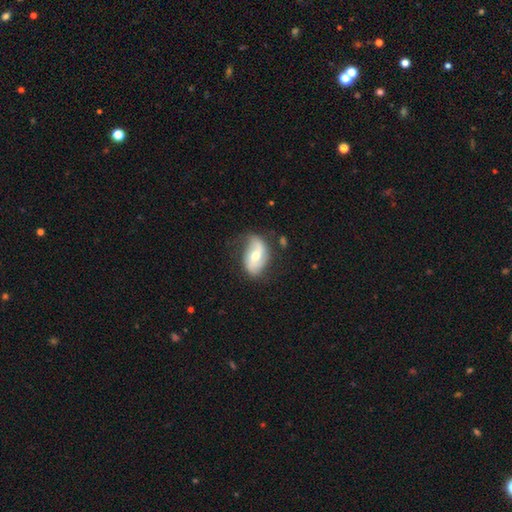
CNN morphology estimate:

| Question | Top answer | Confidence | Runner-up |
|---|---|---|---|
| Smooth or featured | featured or disk | 65% | smooth (29%) |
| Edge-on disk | no | 95% | yes (5%) |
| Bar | no | 41% | weak (39%) |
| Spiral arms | yes | 83% | no (17%) |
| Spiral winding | loose | 58% | medium (29%) |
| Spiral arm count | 2 | 83% | can't tell (8%) |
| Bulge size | moderate | 69% | small (23%) |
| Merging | none | 61% | minor disturbance (26%) |